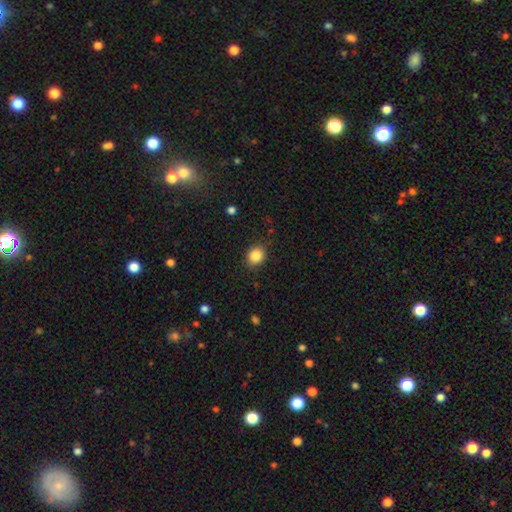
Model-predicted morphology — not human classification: Smooth or featured: smooth — 86% (star or artifact — 10%)
How rounded: round — 71% (in between — 28%)
Merging: none — 86% (minor disturbance — 10%)